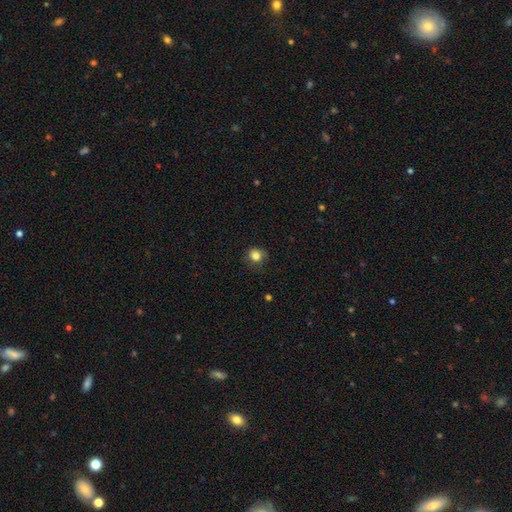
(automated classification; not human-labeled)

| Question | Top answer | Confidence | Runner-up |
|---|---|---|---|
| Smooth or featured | smooth | 82% | star or artifact (11%) |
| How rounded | round | 81% | in between (18%) |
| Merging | none | 71% | minor disturbance (21%) |